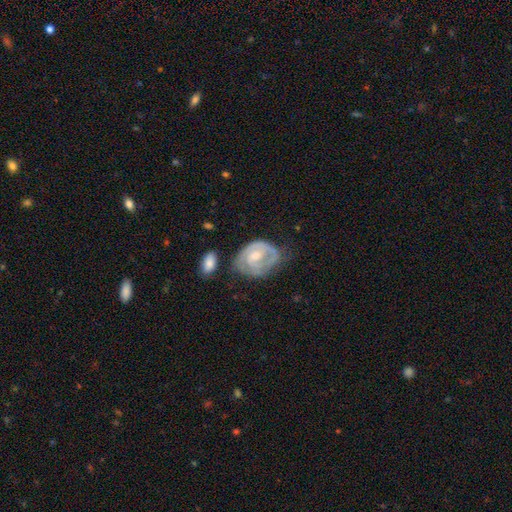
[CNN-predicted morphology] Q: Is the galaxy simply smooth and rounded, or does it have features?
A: featured or disk — 74%.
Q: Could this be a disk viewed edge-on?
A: no — 97%.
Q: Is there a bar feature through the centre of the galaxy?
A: no — 52%.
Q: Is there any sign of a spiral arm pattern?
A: yes — 82%.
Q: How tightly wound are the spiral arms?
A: tight — 63%.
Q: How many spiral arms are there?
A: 2 — 41%.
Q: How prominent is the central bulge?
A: moderate — 55%.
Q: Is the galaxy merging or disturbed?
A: none — 51%.